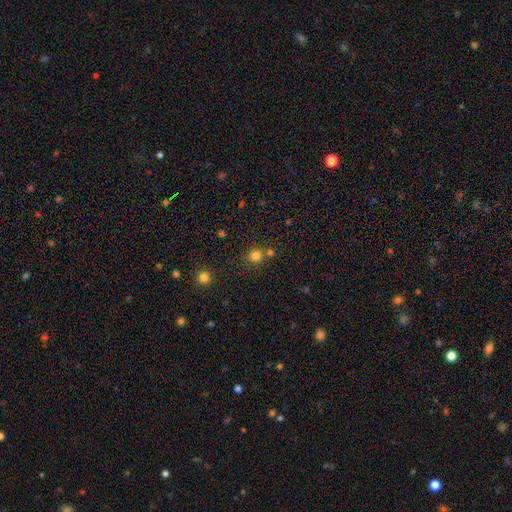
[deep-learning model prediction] smooth 79%, star or artifact 16%, featured or disk 5%. Down the decision tree: how rounded — round (90%); merging — none (73%).